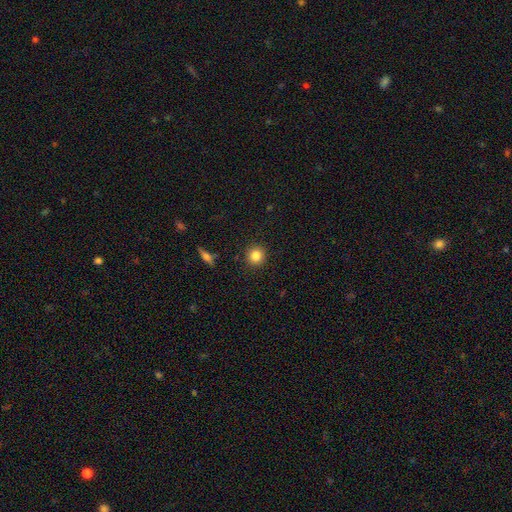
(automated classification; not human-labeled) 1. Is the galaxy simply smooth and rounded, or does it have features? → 83% smooth, 11% star or artifact, 6% featured or disk.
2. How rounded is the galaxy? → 93% round, 6% in between, 1% cigar-shaped.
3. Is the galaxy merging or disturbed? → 92% none, 5% minor disturbance, 2% major disturbance, 1% merger.